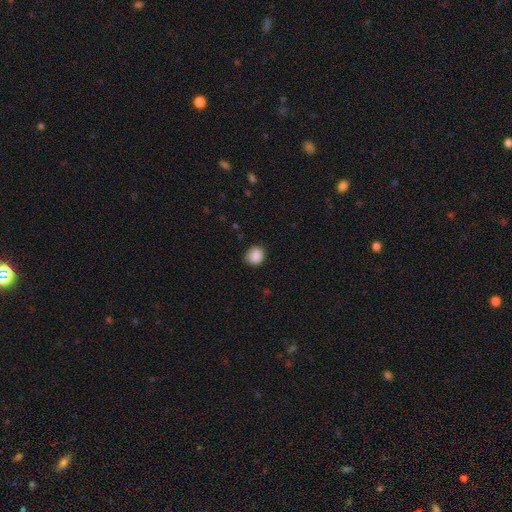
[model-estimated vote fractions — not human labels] The model was most divided on "how rounded": round: 77%, in between: 22%, cigar-shaped: 1%. More confident: smooth or featured — smooth (88%); merging — none (79%).